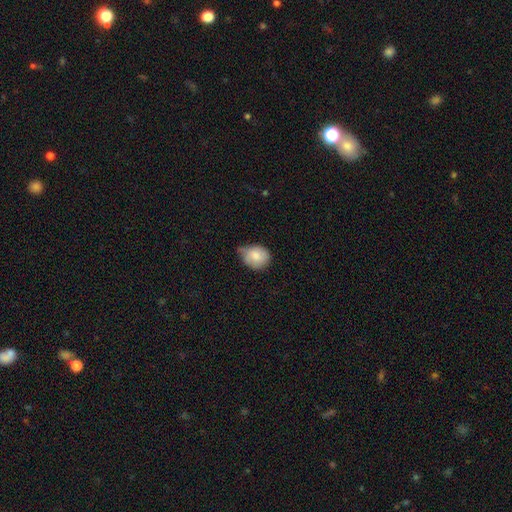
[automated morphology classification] smooth 78%, featured or disk 15%, star or artifact 7%. Down the decision tree: how rounded — round (59%); merging — minor disturbance (50%).